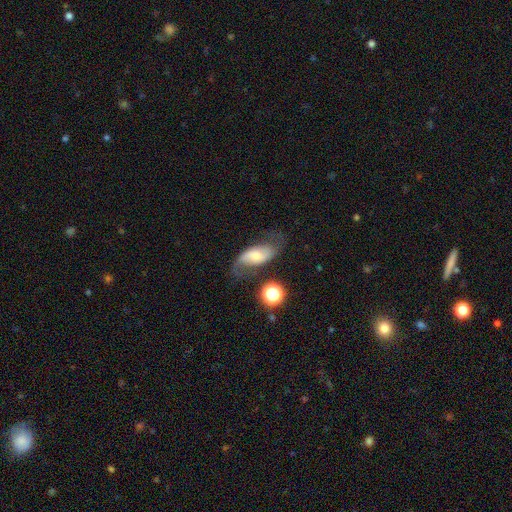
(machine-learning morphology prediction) A featured or disk galaxy (54%). Merging: none (56%).